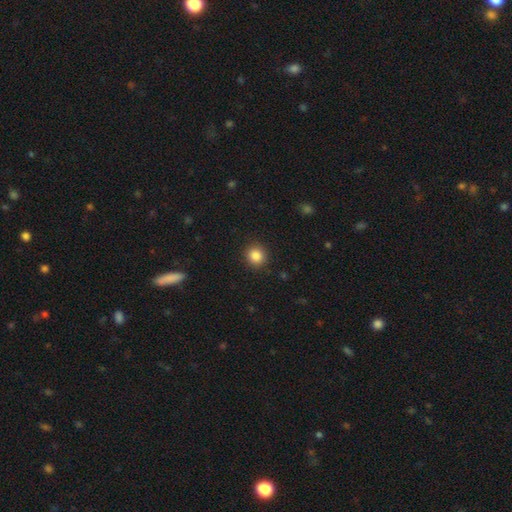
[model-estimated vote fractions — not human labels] smooth_or_featured: smooth (p=0.85) [alt: star or artifact p=0.10]
how_rounded: round (p=0.91) [alt: in between p=0.08]
merging: none (p=0.91) [alt: minor disturbance p=0.06]